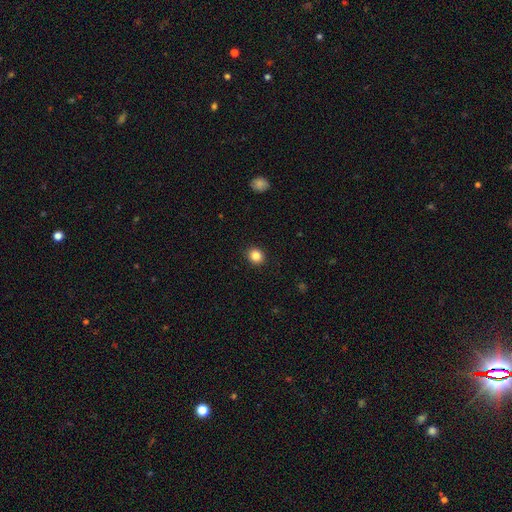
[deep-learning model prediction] Q: Smooth or featured?
A: smooth (85%); runner-up: star or artifact (11%)
Q: How rounded?
A: round (82%); runner-up: in between (17%)
Q: Merging?
A: none (92%); runner-up: minor disturbance (6%)